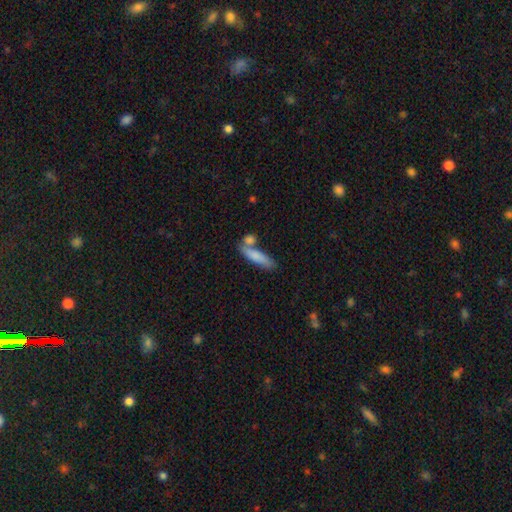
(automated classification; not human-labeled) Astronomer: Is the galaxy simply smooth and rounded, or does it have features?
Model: smooth — 79%.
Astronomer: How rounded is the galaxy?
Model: cigar-shaped — 69%.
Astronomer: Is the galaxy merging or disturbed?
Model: none — 56%.